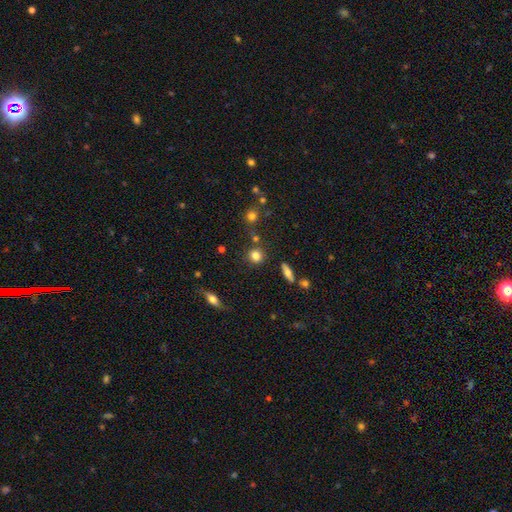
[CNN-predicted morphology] smooth-or-featured: smooth: 79% | star or artifact: 13% | featured or disk: 8%
  how-rounded: round: 88% | in between: 10% | cigar-shaped: 2%
  merging: none: 79% | merger: 9% | minor disturbance: 9% | major disturbance: 3%